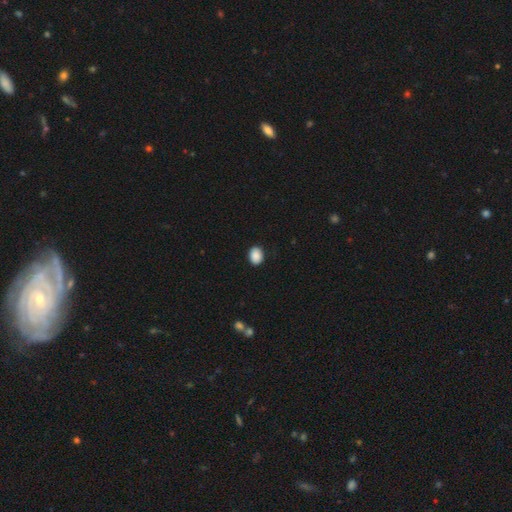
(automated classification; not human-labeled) smooth 90%, star or artifact 8%, featured or disk 3%. Down the decision tree: how rounded — in between (64%); merging — none (89%).